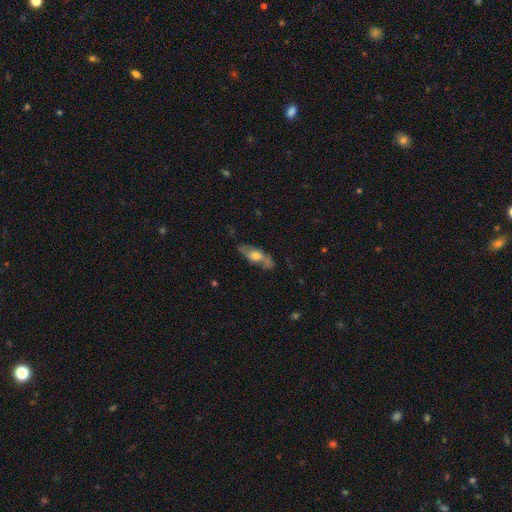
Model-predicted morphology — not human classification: smooth-or-featured: featured or disk: 56% | smooth: 37% | star or artifact: 7%
  disk-edge-on: no: 65% | yes: 35%
  merging: none: 64% | minor disturbance: 22% | major disturbance: 9% | merger: 5%